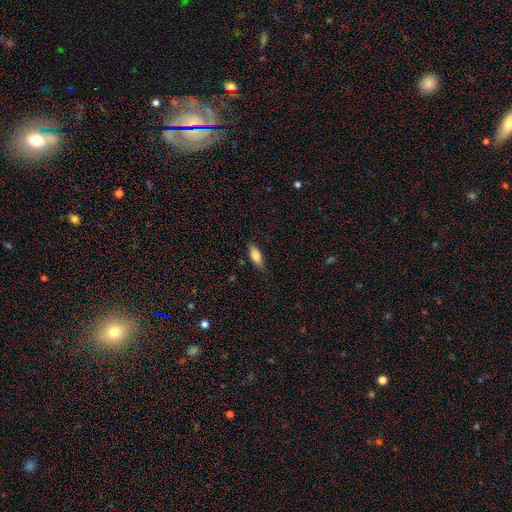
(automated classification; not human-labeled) Morphology: type=smooth (79%); roundness=in between (73%); merging=none (81%).